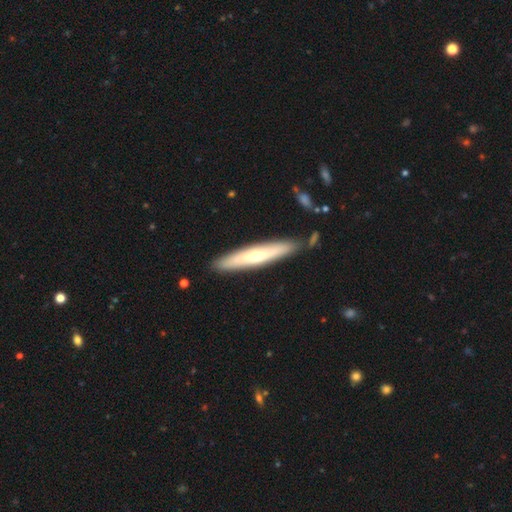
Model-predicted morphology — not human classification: Overall: featured or disk (50%; smooth 45%). Edge-on disk: yes (82%). Merging: none (86%).